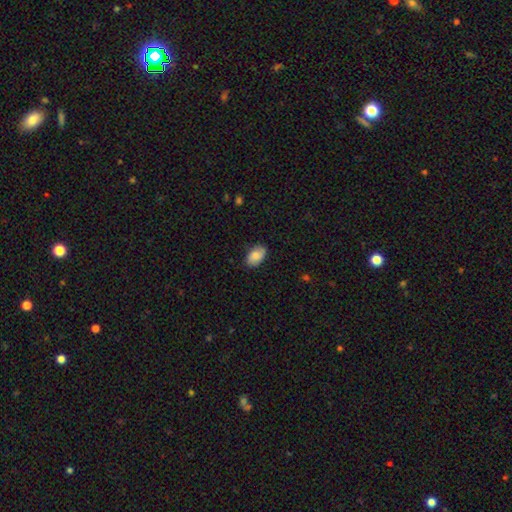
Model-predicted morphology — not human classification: type=smooth (79%); roundness=in between (90%); merging=none (81%).